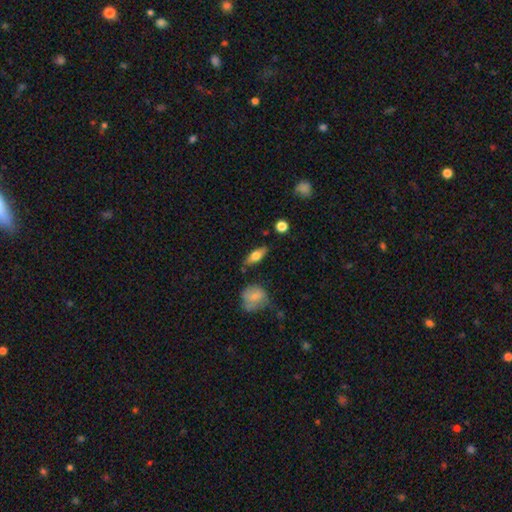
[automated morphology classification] Smooth or featured? smooth (56%)
How rounded? in between (66%)
Merging? none (80%)